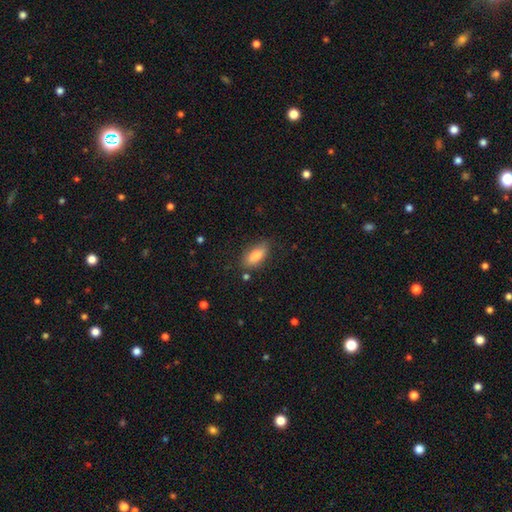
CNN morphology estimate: type=smooth (82%); roundness=in between (81%); merging=none (76%).